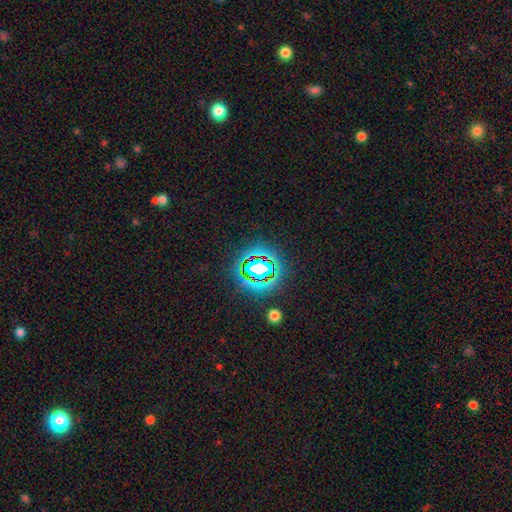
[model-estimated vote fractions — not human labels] Q: Smooth or featured?
A: star or artifact (81%); runner-up: smooth (12%)